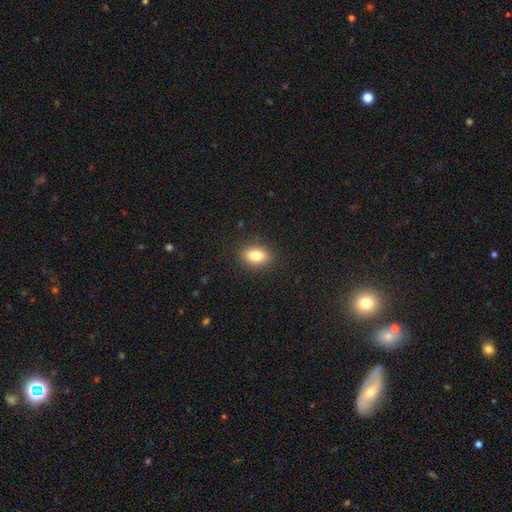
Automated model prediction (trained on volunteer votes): smooth-or-featured: smooth: 83% | star or artifact: 9% | featured or disk: 8%
  how-rounded: in between: 83% | round: 14% | cigar-shaped: 3%
  merging: none: 88% | minor disturbance: 8% | major disturbance: 2% | merger: 1%